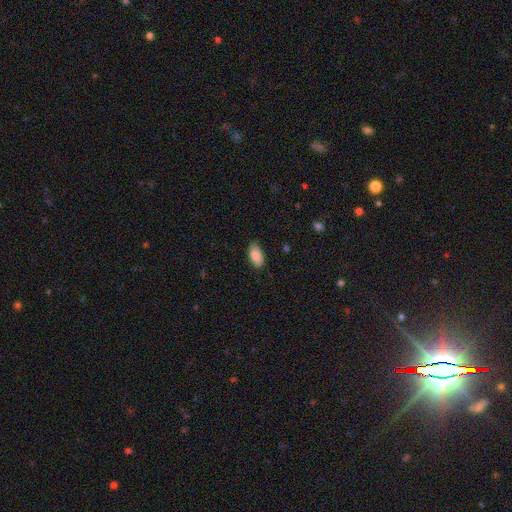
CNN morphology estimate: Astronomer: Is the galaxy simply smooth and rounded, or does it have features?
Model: smooth — 88%.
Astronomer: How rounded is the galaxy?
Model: in between — 93%.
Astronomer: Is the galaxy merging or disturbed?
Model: none — 83%.